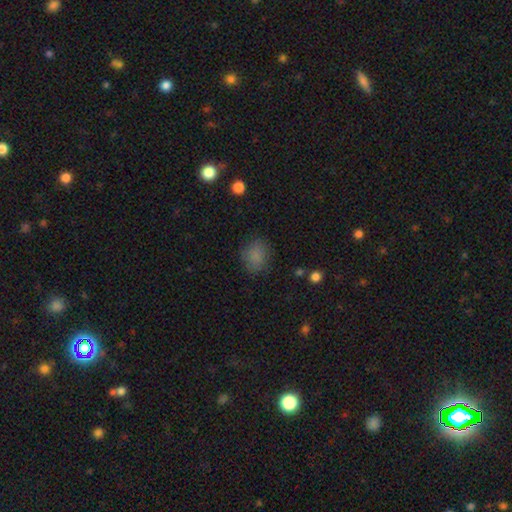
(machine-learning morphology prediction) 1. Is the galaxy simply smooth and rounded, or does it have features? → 83% smooth, 12% star or artifact, 5% featured or disk.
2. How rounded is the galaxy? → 59% round, 40% in between, 1% cigar-shaped.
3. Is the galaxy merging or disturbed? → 80% none, 14% minor disturbance, 4% major disturbance, 1% merger.